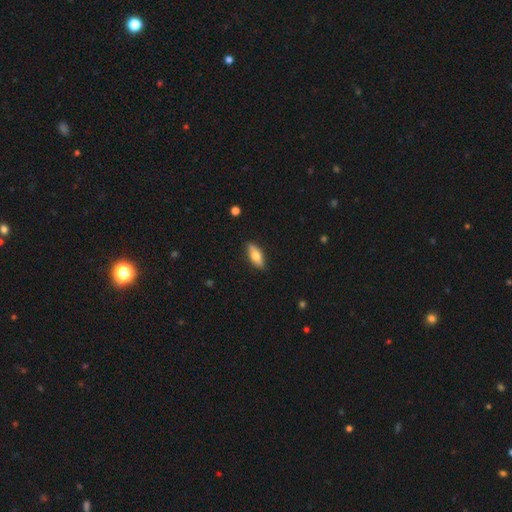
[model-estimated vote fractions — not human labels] This appears to be a smooth galaxy with no disk features (70%) that is in between round and cigar-shaped (71%). Merging: none (88%).